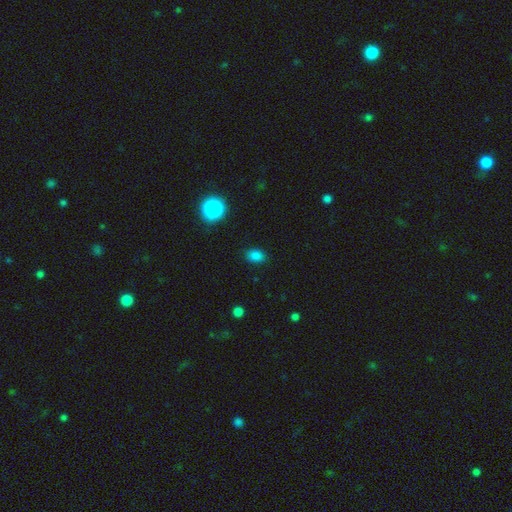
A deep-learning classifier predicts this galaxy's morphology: Overall: smooth (81%). How rounded: in between (72%). Merging: none (87%).